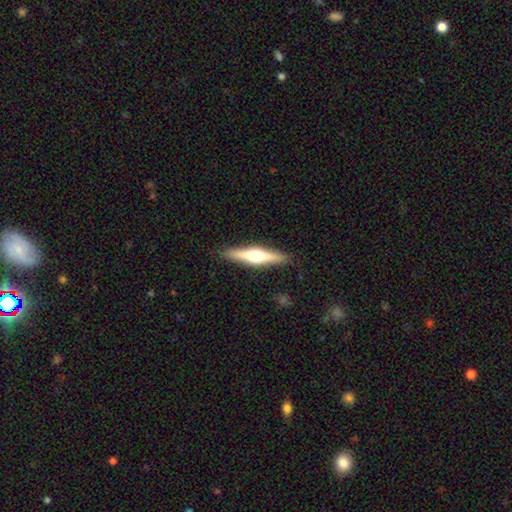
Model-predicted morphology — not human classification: This is likely a featured or disk galaxy (62%). It is clearly viewed edge-on (96%). Edge-on bulge: clearly rounded (93%). Merging: clearly none (89%).